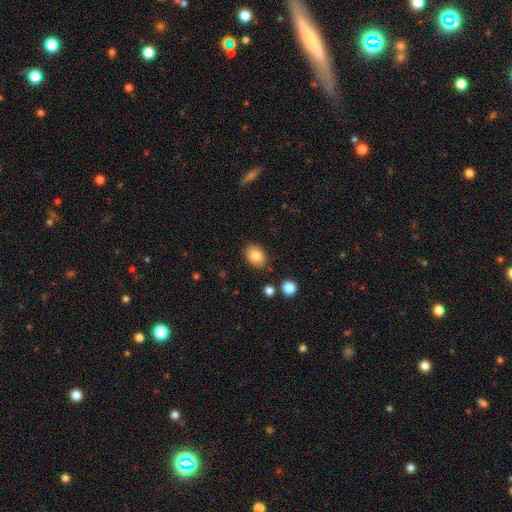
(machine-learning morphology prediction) Q: Smooth or featured?
A: smooth (83%); runner-up: star or artifact (9%)
Q: How rounded?
A: in between (71%); runner-up: round (28%)
Q: Merging?
A: none (86%); runner-up: minor disturbance (10%)